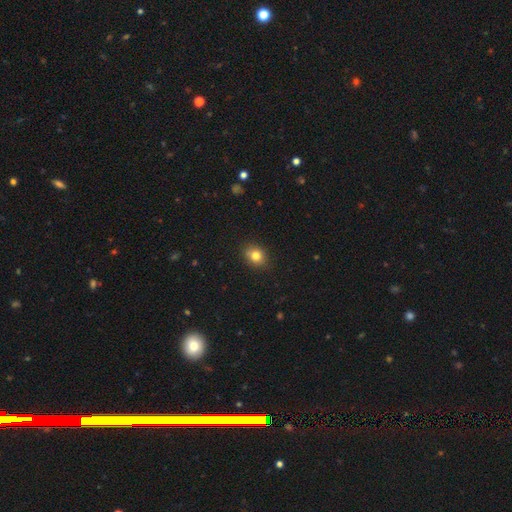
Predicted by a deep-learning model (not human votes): Morphology: type=smooth (80%); roundness=round (58%); merging=none (86%).